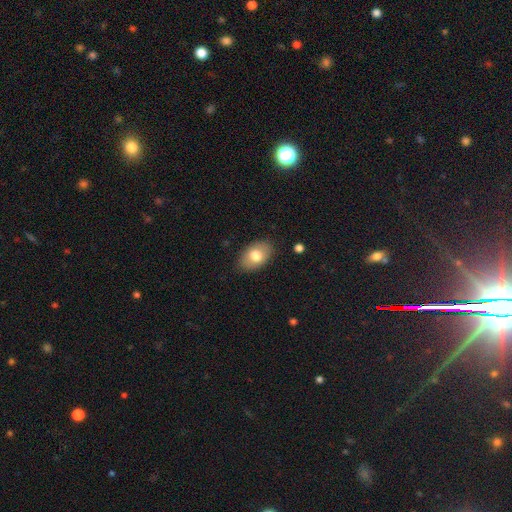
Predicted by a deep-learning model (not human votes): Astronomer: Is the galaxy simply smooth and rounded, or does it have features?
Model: smooth — 76%.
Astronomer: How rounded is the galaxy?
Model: in between — 87%.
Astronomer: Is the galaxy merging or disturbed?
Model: none — 85%.